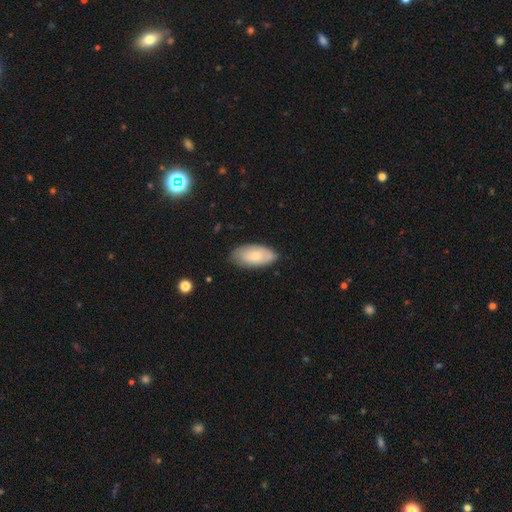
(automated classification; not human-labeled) Q: Smooth or featured?
A: smooth (72%); runner-up: featured or disk (22%)
Q: How rounded?
A: in between (93%); runner-up: cigar-shaped (4%)
Q: Merging?
A: none (76%); runner-up: minor disturbance (20%)